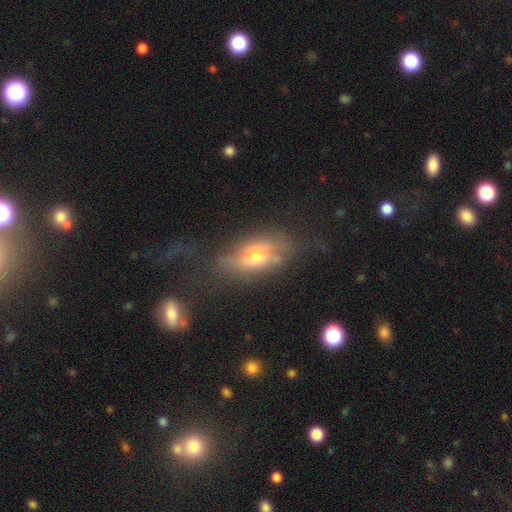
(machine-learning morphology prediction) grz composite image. It shows a featured or disk galaxy (48%). Merging: none (41%).